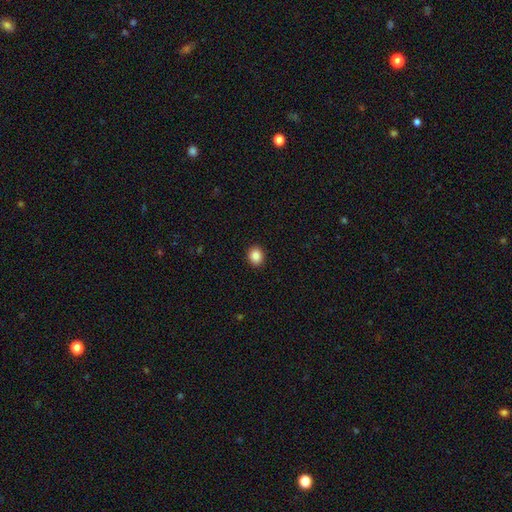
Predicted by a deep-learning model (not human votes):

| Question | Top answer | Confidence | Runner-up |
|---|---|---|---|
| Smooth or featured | smooth | 87% | star or artifact (9%) |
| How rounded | round | 69% | in between (30%) |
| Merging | none | 92% | minor disturbance (5%) |